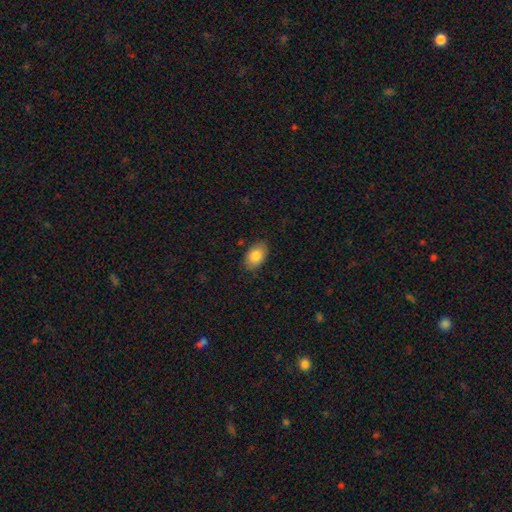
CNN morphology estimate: Smooth or featured? smooth (84%)
How rounded? in between (87%)
Merging? none (83%)